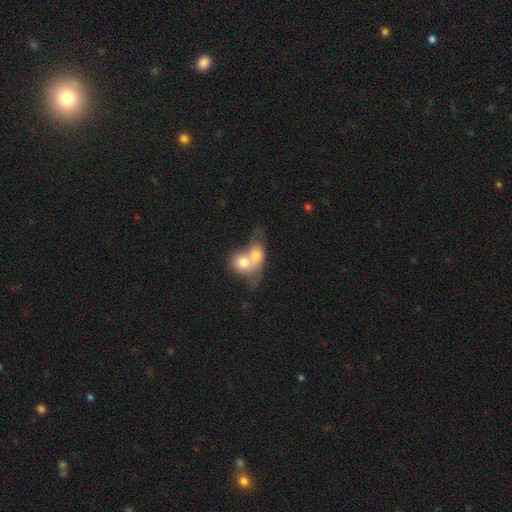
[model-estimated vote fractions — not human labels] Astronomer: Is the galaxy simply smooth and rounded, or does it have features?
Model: smooth — 69%.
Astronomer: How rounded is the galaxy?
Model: round — 51% (runner-up: in between, 46%).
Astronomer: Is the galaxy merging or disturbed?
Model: merger — 82%.